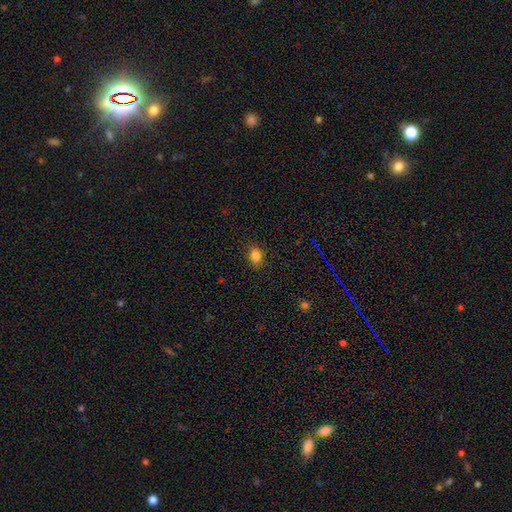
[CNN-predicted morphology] This appears to be a smooth galaxy with no disk features (83%) that is in between round and cigar-shaped (61%). Merging: none (87%).